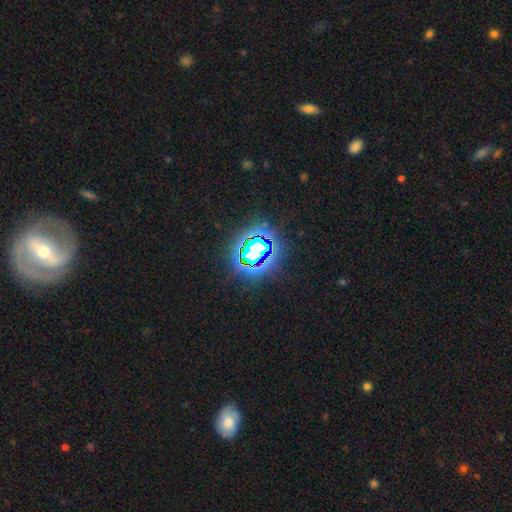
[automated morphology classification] This appears to be a star or artifact, not a galaxy (74%).